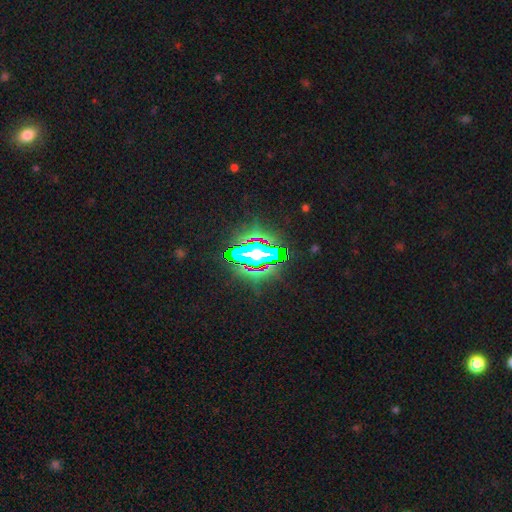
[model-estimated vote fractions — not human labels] Smooth or featured? Predicted: star or artifact (p=0.82).